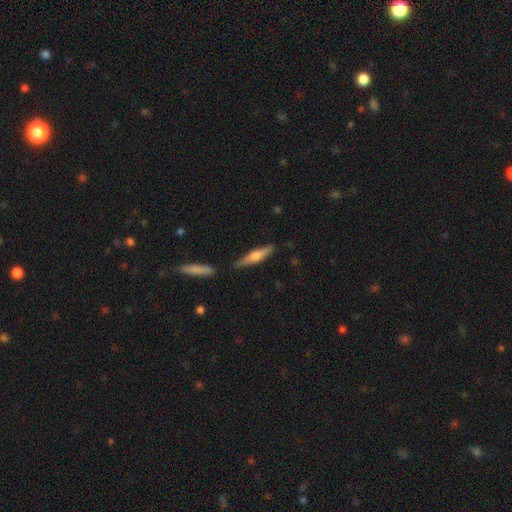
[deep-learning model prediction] Morphology: type=featured or disk (51%); edge-on=yes (95%); merging=none (83%).